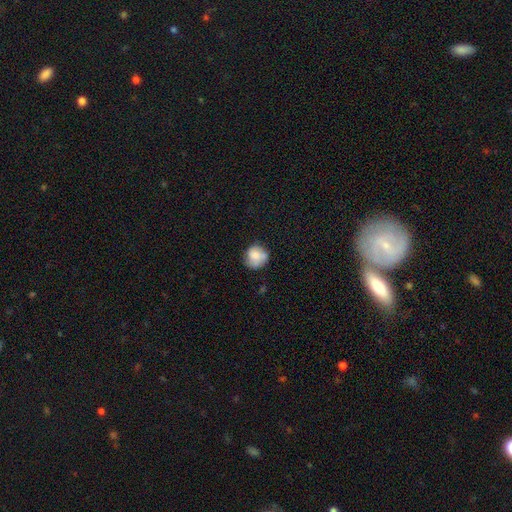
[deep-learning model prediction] The model was most divided on "merging": none: 66%, minor disturbance: 24%, major disturbance: 7%, merger: 3%. More confident: how rounded — round (87%); smooth or featured — smooth (74%).